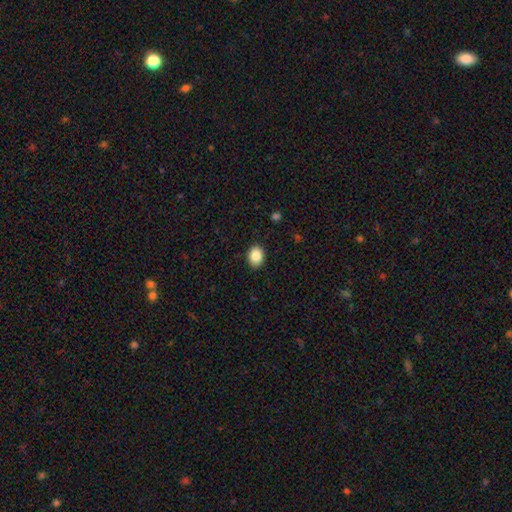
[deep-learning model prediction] smooth-or-featured: smooth: 88% | star or artifact: 8% | featured or disk: 4%
  how-rounded: in between: 63% | round: 36% | cigar-shaped: 1%
  merging: none: 87% | minor disturbance: 9% | major disturbance: 2% | merger: 1%